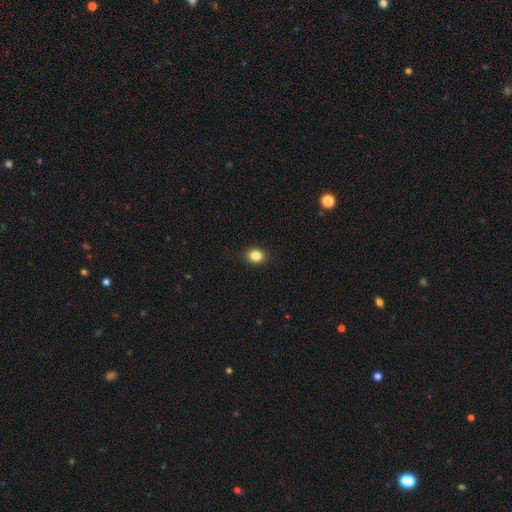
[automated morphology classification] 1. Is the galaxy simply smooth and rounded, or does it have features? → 85% smooth, 10% star or artifact, 5% featured or disk.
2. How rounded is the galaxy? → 57% round, 42% in between, 1% cigar-shaped.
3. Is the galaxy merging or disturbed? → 89% none, 8% minor disturbance, 2% major disturbance, 1% merger.